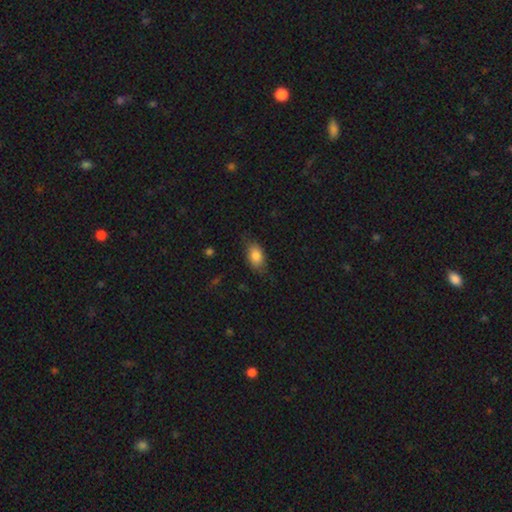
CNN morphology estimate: Smooth or featured: smooth — 83% (featured or disk — 10%)
How rounded: in between — 88% (round — 8%)
Merging: none — 71% (minor disturbance — 22%)